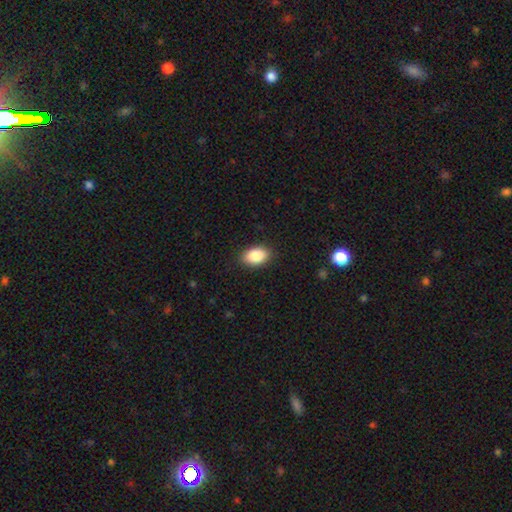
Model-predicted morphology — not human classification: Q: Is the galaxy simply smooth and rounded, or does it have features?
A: smooth — 87%.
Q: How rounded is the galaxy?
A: in between — 89%.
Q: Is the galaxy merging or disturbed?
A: none — 88%.